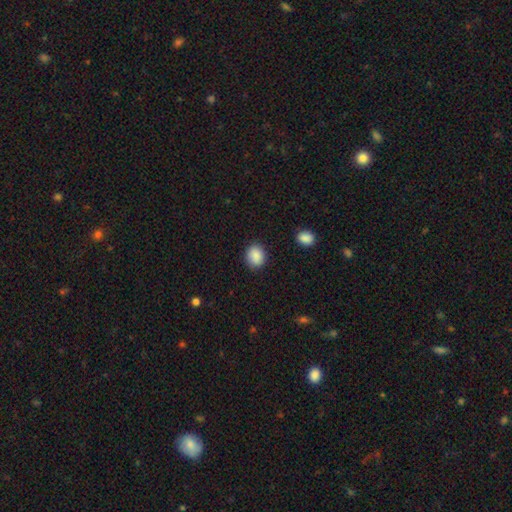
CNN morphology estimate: Overall: smooth (89%). How rounded: round (60%; in between 39%). Merging: none (86%).